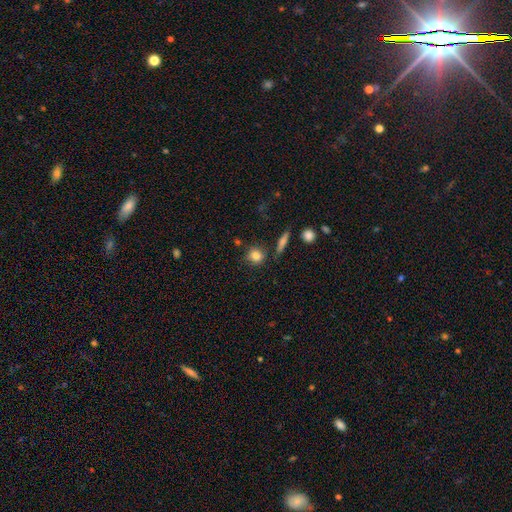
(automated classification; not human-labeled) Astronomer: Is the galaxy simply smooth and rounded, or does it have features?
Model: smooth — 83%.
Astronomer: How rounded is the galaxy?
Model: round — 80%.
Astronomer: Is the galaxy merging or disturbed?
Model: none — 79%.